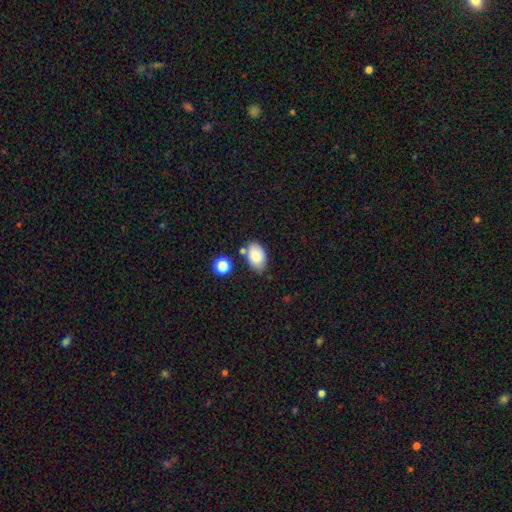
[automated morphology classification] Overall: smooth (80%). How rounded: in between (88%). Merging: none (69%).